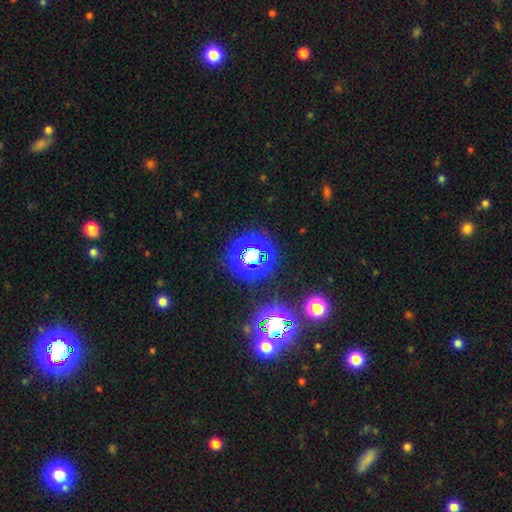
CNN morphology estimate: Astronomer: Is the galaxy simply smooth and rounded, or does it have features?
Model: star or artifact — 66%.